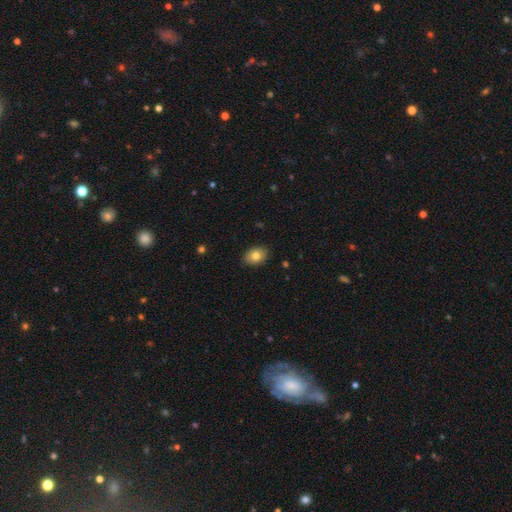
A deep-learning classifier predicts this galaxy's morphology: Smooth or featured? smooth (81%)
How rounded? in between (70%)
Merging? none (87%)